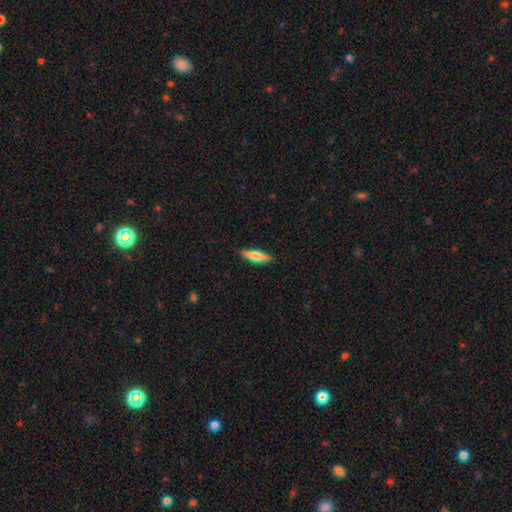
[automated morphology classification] type=smooth (62%); roundness=cigar-shaped (70%); merging=none (89%).